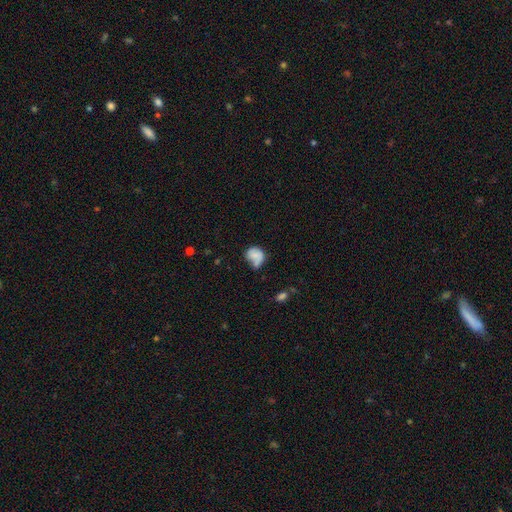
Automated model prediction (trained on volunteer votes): Morphology: type=smooth (68%); roundness=round (55%); merging=none (37%).